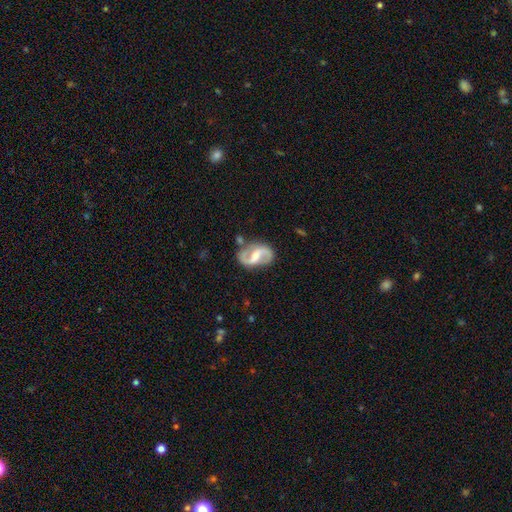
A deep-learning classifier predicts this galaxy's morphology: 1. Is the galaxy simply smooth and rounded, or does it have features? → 88% featured or disk, 8% smooth, 4% star or artifact.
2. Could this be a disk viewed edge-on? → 98% no, 2% yes.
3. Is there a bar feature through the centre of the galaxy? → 46% weak, 35% strong, 19% no.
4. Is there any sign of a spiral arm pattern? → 96% yes, 4% no.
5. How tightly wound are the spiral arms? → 51% medium, 34% loose, 15% tight.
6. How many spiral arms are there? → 93% 2, 2% can't tell, 2% 1, 1% 3, 1% 4, 1% more than 4.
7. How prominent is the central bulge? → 50% moderate, 34% small, 8% none, 6% large, 1% dominant.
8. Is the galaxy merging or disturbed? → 76% none, 15% minor disturbance, 5% major disturbance, 4% merger.